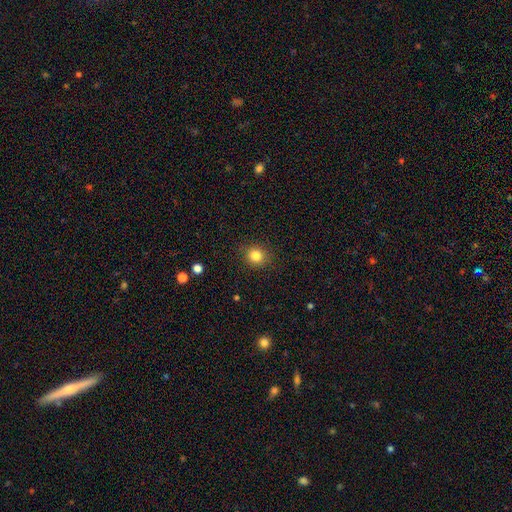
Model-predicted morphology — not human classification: smooth-or-featured: smooth: 83% | star or artifact: 11% | featured or disk: 5%
  how-rounded: round: 86% | in between: 13% | cigar-shaped: 1%
  merging: none: 89% | minor disturbance: 8% | major disturbance: 2% | merger: 1%